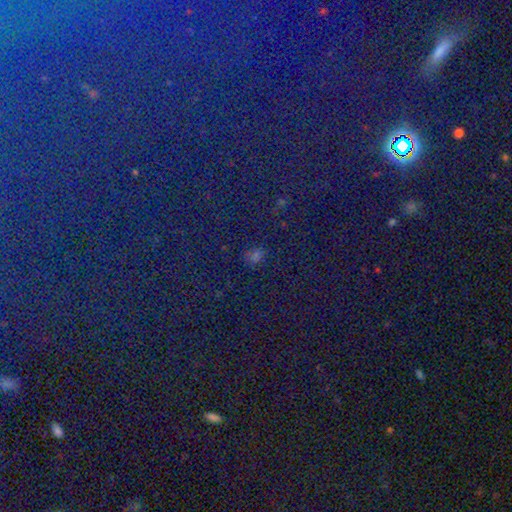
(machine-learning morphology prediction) A star or artifact, not a galaxy (47%).

Vote fractions:
- Smooth or featured? star or artifact: 47% / smooth: 46% / featured or disk: 8%